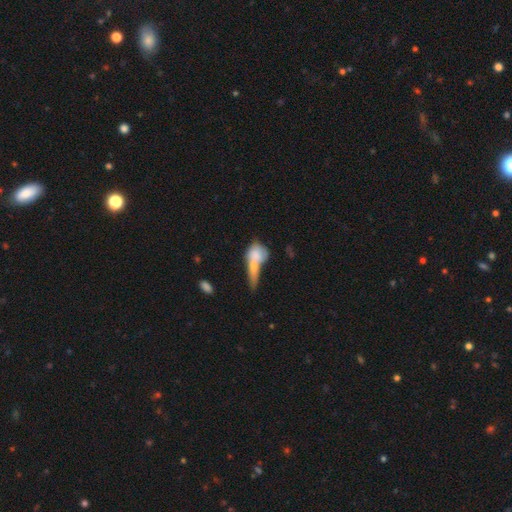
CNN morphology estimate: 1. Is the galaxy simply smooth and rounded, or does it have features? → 68% smooth, 24% featured or disk, 8% star or artifact.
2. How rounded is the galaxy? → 45% in between, 37% round, 17% cigar-shaped.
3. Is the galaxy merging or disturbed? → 56% merger, 20% none, 13% major disturbance, 12% minor disturbance.